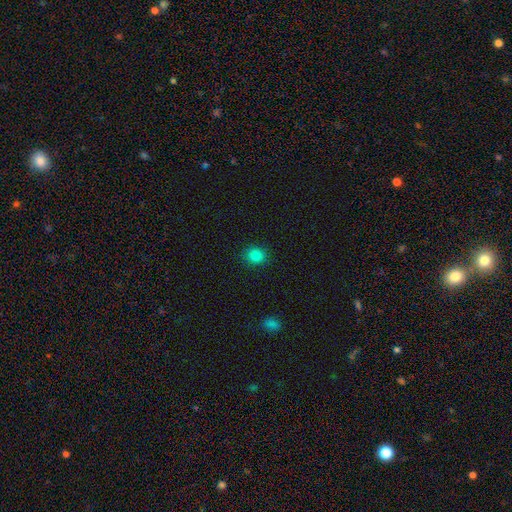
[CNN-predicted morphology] type=smooth (84%); roundness=round (81%); merging=none (89%).